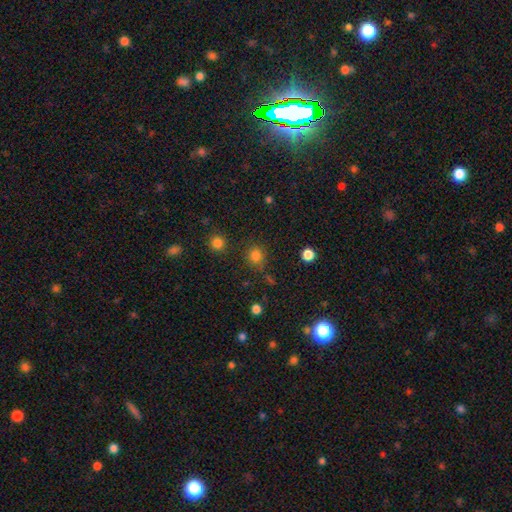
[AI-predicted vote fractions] The model was most divided on "smooth or featured": smooth: 80%, star or artifact: 15%, featured or disk: 5%. More confident: how rounded — round (89%); merging — none (79%).